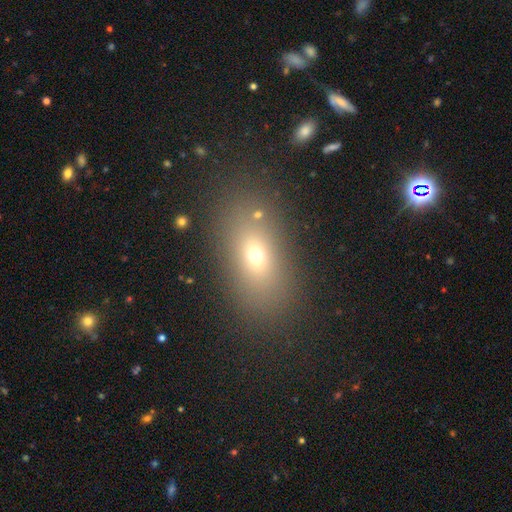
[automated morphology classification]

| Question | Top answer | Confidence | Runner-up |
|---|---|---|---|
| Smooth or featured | smooth | 62% | star or artifact (19%) |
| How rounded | in between | 78% | round (15%) |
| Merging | none | 82% | minor disturbance (10%) |